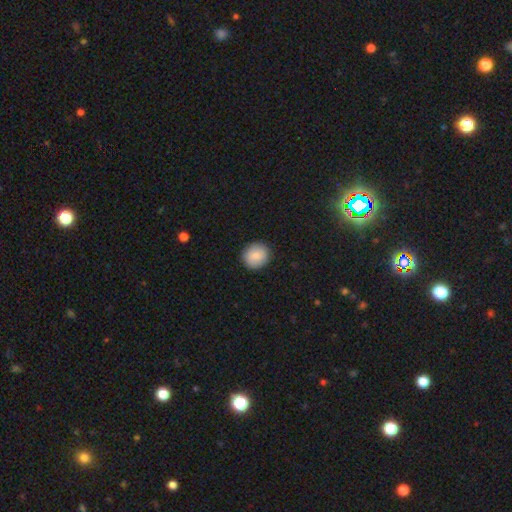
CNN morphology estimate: Overall: smooth (84%). How rounded: round (85%). Merging: none (90%).